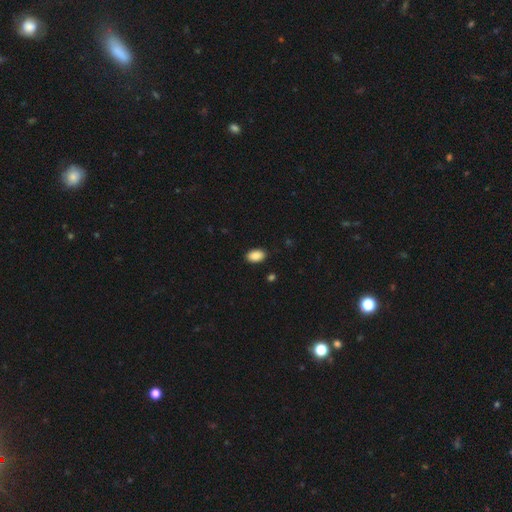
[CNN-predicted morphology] type=smooth (89%); roundness=in between (91%); merging=none (89%).